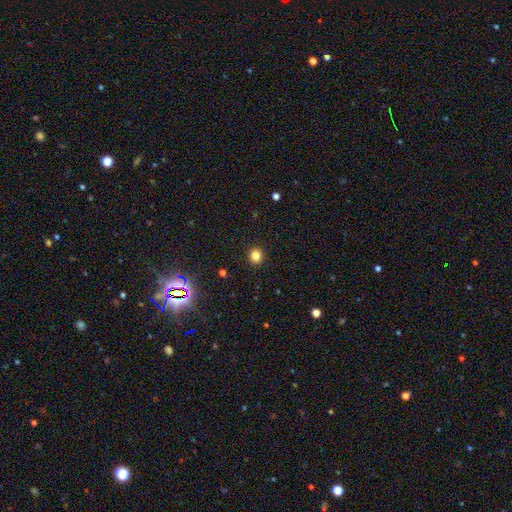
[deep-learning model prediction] A smooth galaxy with no disk features (81%) that is round (87%).

Vote fractions:
- Smooth or featured? smooth: 81% / star or artifact: 14% / featured or disk: 5%
- How rounded? round: 87% / in between: 12% / cigar-shaped: 1%
- Merging? none: 92% / minor disturbance: 5% / major disturbance: 2% / merger: 1%